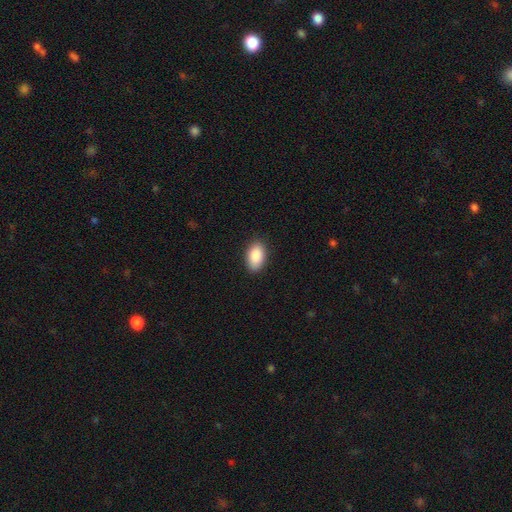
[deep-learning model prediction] Q: Smooth or featured?
A: smooth (90%); runner-up: star or artifact (7%)
Q: How rounded?
A: in between (93%); runner-up: round (5%)
Q: Merging?
A: none (88%); runner-up: minor disturbance (9%)